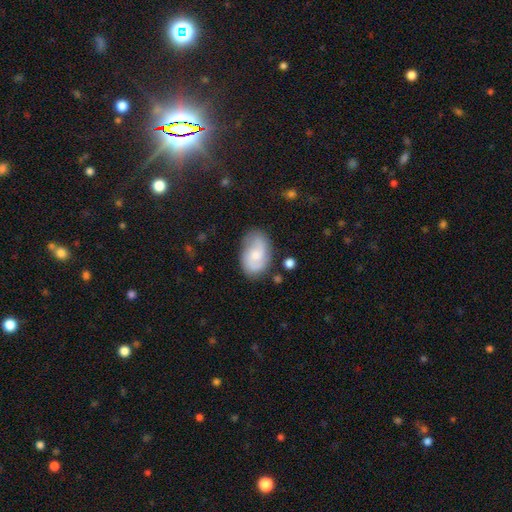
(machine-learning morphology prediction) This is possibly a featured or disk galaxy (50%). Merging: likely none (73%).